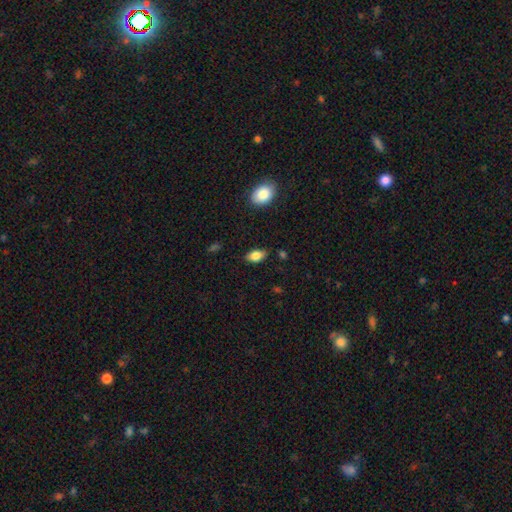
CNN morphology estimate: Smooth or featured: smooth — 81% (featured or disk — 11%)
How rounded: in between — 91% (round — 5%)
Merging: none — 83% (minor disturbance — 13%)